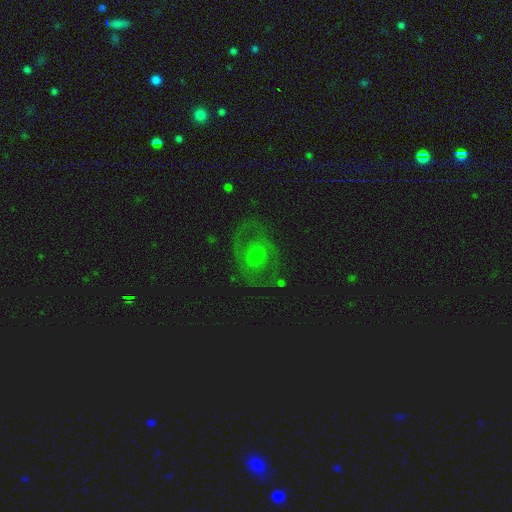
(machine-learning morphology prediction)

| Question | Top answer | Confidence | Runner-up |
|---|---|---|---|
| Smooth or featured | featured or disk | 65% | smooth (25%) |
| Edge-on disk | no | 96% | yes (4%) |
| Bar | no | 77% | weak (18%) |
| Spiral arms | yes | 56% | no (44%) |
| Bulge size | moderate | 57% | small (32%) |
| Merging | none | 67% | minor disturbance (17%) |